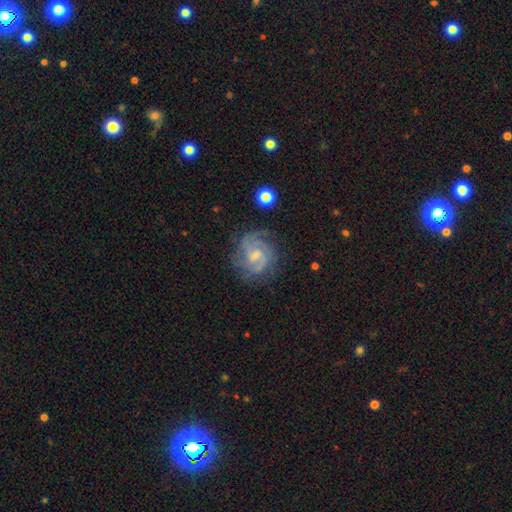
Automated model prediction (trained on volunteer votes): Smooth or featured?
  - featured or disk: 78% *
  - smooth: 14%
  - star or artifact: 9%
Edge-on disk?
  - no: 98% *
  - yes: 2%
Bar?
  - weak: 55% *
  - no: 33%
  - strong: 12%
Spiral arms?
  - yes: 94% *
  - no: 6%
Spiral winding?
  - tight: 48% *
  - medium: 41%
  - loose: 11%
Spiral arm count?
  - 2: 44% *
  - can't tell: 24%
  - 3: 19%
  - 4: 5%
  - 1: 4%
  - more than 4: 4%
Bulge size?
  - small: 45% *
  - moderate: 40%
  - none: 12%
  - large: 3%
  - dominant: 1%
Merging?
  - none: 75% *
  - minor disturbance: 16%
  - major disturbance: 7%
  - merger: 2%